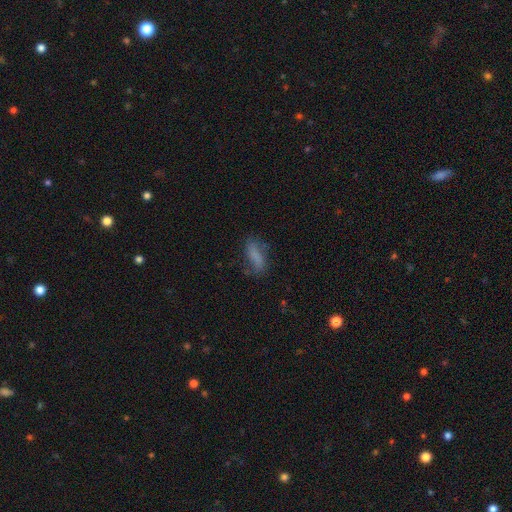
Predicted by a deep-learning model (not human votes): Smooth or featured?
  - smooth: 65% *
  - featured or disk: 24%
  - star or artifact: 11%
How rounded?
  - in between: 64% *
  - cigar-shaped: 32%
  - round: 4%
Merging?
  - none: 58% *
  - minor disturbance: 26%
  - major disturbance: 13%
  - merger: 3%